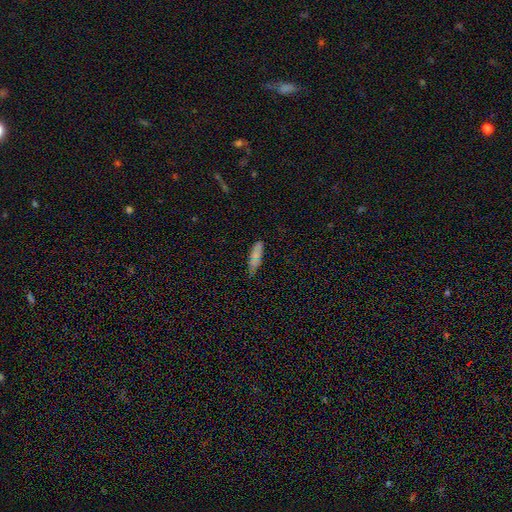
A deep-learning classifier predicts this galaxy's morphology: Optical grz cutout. It shows a smooth galaxy with no disk features (72%) that is cigar-shaped (50%). Merging: none (73%).